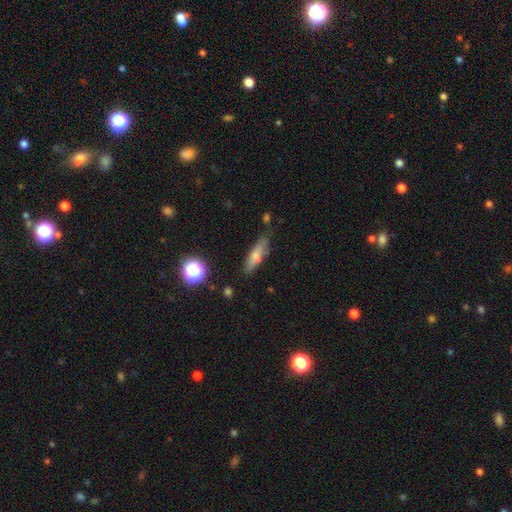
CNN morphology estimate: smooth-or-featured: smooth: 68% | featured or disk: 23% | star or artifact: 9%
  how-rounded: cigar-shaped: 60% | in between: 36% | round: 3%
  merging: none: 72% | minor disturbance: 20% | major disturbance: 5% | merger: 3%